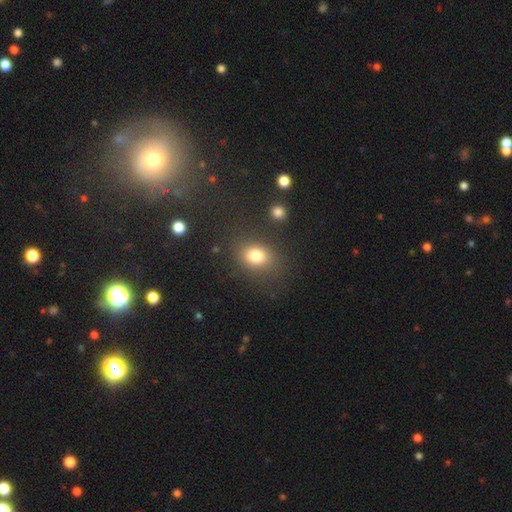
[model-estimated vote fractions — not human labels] Q: Smooth or featured?
A: smooth (79%); runner-up: star or artifact (13%)
Q: How rounded?
A: in between (57%); runner-up: round (42%)
Q: Merging?
A: none (78%); runner-up: minor disturbance (12%)